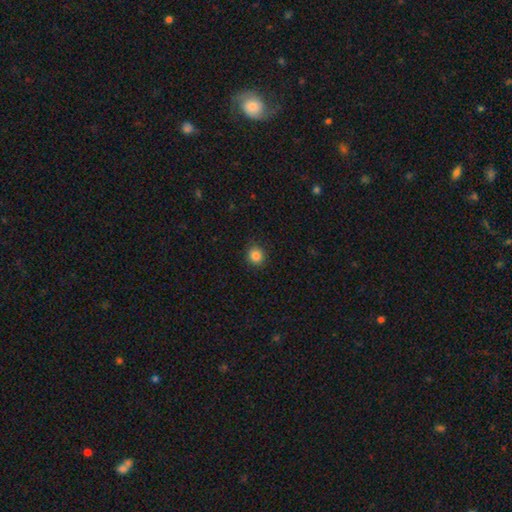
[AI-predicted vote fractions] smooth 85%, star or artifact 11%, featured or disk 4%. Down the decision tree: how rounded — round (86%); merging — none (90%).